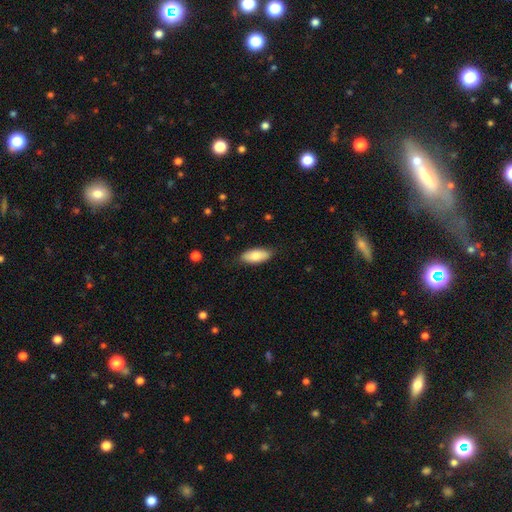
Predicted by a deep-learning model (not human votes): smooth 83%, featured or disk 11%, star or artifact 6%. Down the decision tree: how rounded — in between (85%); merging — none (84%).